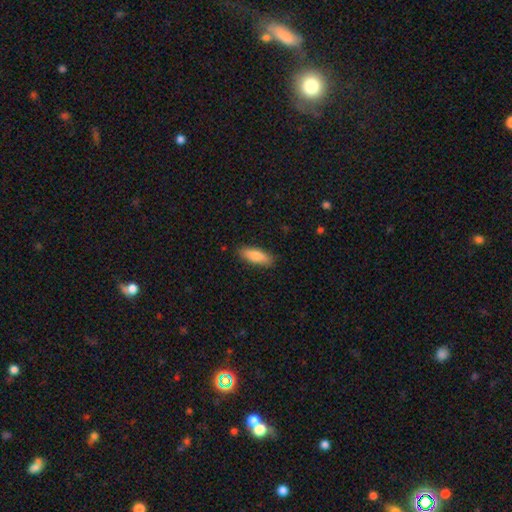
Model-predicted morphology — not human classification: Smooth or featured? smooth (82%)
How rounded? in between (60%)
Merging? none (86%)